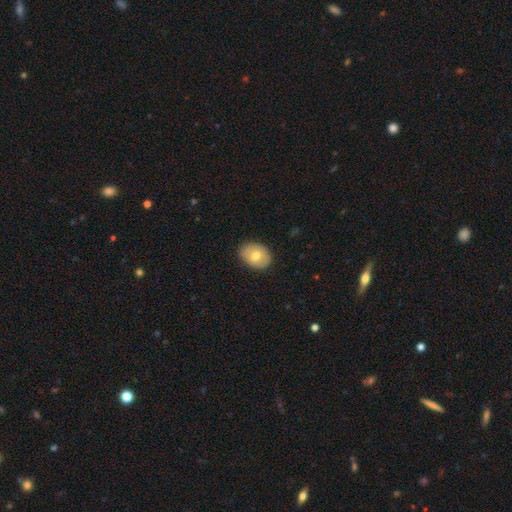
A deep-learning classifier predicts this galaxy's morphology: This is likely a smooth galaxy (72%). How rounded: likely in between (67%). Merging: clearly none (82%).